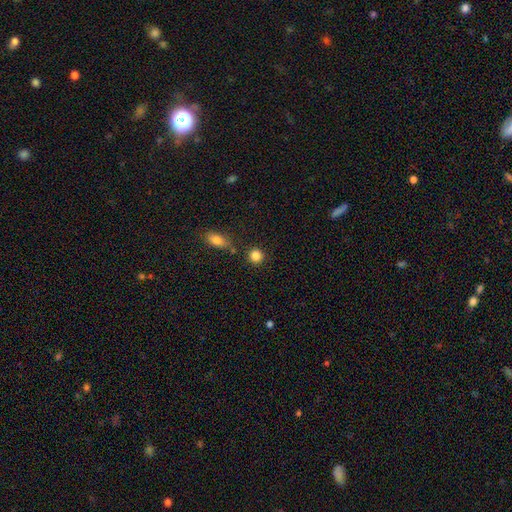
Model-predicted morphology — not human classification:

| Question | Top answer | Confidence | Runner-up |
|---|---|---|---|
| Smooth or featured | smooth | 85% | star or artifact (10%) |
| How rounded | round | 90% | in between (9%) |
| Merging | none | 82% | minor disturbance (8%) |